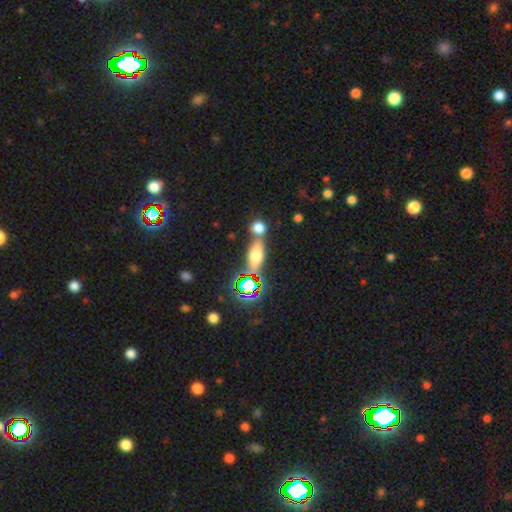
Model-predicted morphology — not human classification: A smooth galaxy with no disk features (50%) that is in between round and cigar-shaped (55%).

Vote fractions:
- Smooth or featured? smooth: 50% / featured or disk: 26% / star or artifact: 24%
- How rounded? in between: 55% / cigar-shaped: 31% / round: 14%
- Merging? none: 55% / merger: 28% / minor disturbance: 11% / major disturbance: 5%